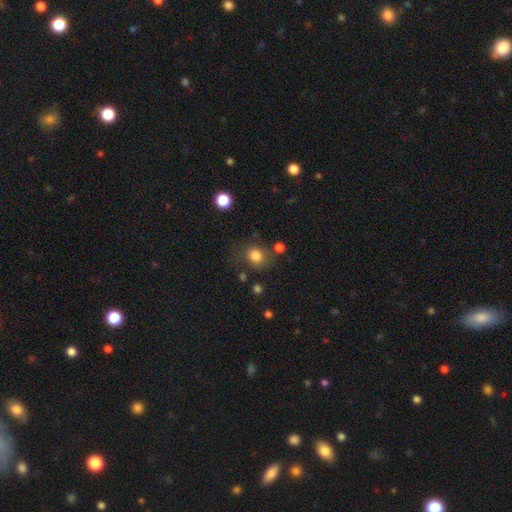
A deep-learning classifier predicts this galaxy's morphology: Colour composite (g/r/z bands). It shows a smooth galaxy with no disk features (81%) that is round (70%). Merging: none (70%).